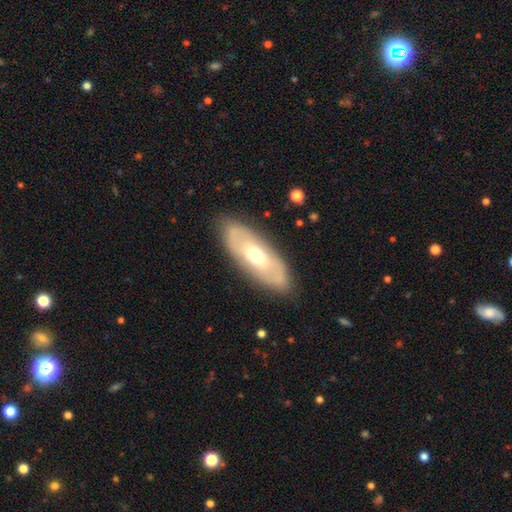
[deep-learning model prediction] smooth-or-featured: featured or disk: 51% | smooth: 44% | star or artifact: 6%
  disk-edge-on: no: 80% | yes: 20%
  merging: none: 84% | minor disturbance: 11% | major disturbance: 3% | merger: 1%